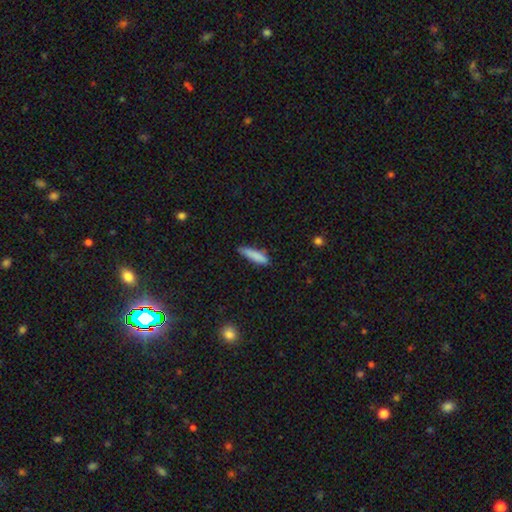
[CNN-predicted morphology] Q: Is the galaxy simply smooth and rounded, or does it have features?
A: smooth — 84%.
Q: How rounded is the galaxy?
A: cigar-shaped — 79%.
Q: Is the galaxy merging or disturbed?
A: none — 68%.